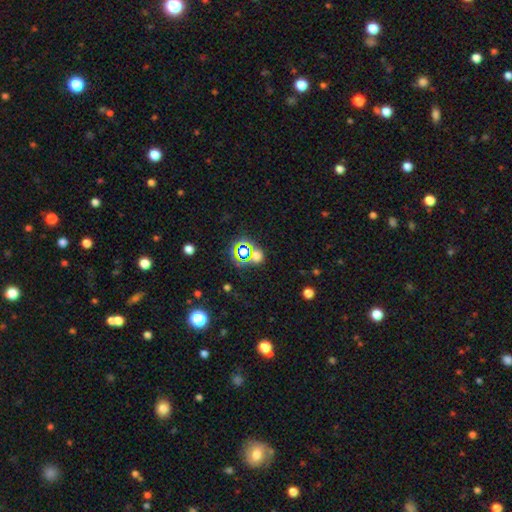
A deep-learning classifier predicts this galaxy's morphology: smooth_or_featured: star or artifact (p=0.52) [alt: smooth p=0.39]